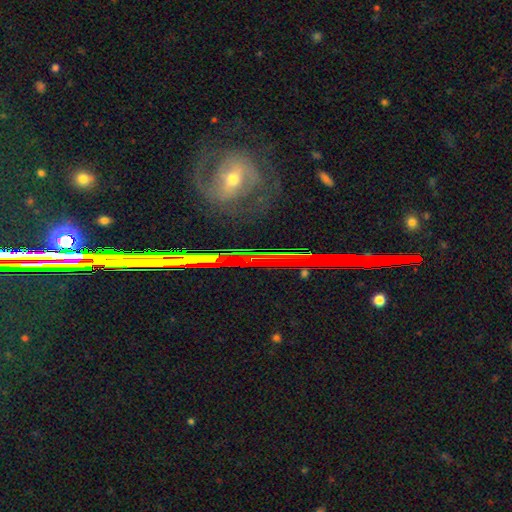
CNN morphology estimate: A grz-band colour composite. It shows a star or artifact, not a galaxy (45%).